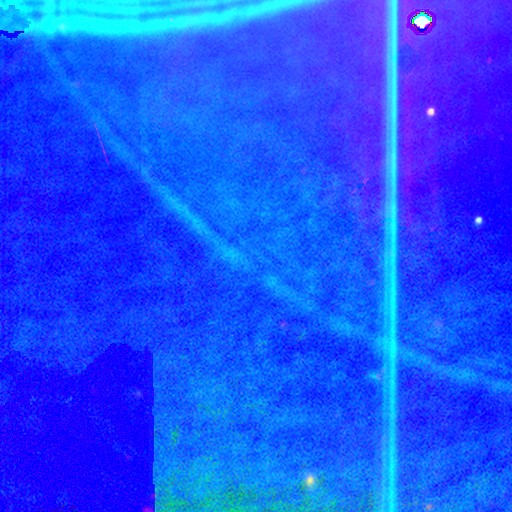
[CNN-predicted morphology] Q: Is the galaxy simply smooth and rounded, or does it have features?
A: star or artifact — 87%.